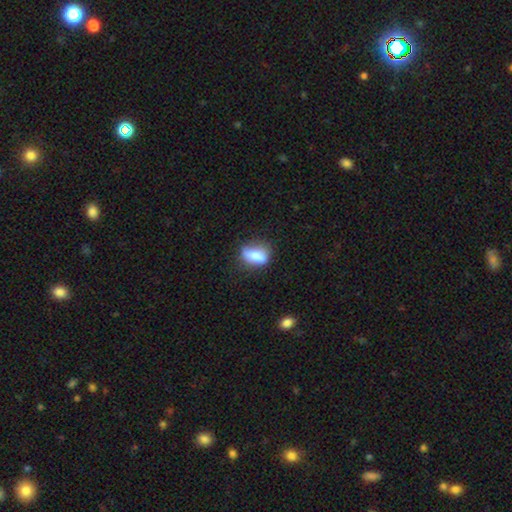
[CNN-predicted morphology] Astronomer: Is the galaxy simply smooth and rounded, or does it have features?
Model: smooth — 65%.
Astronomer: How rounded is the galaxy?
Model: in between — 68%.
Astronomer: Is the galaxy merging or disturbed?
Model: none — 65%.